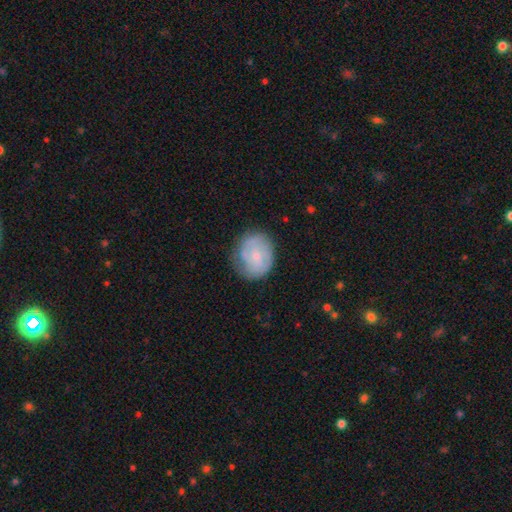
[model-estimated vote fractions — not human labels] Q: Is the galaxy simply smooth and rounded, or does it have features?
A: smooth — 50%.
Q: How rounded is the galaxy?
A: round — 59%.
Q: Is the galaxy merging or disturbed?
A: none — 68%.